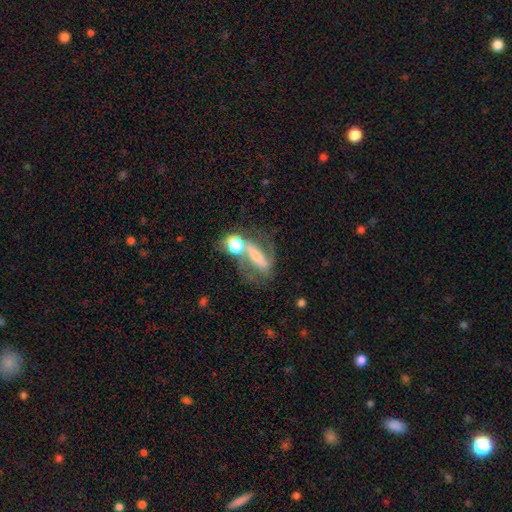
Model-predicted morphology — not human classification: Smooth or featured? Predicted: featured or disk (p=0.61). Edge-on disk? Predicted: no (p=0.83). Bar? Predicted: strong (p=0.56). Spiral arms? Predicted: yes (p=0.72). Bulge size? Predicted: small (p=0.37). Merging? Predicted: none (p=0.38).